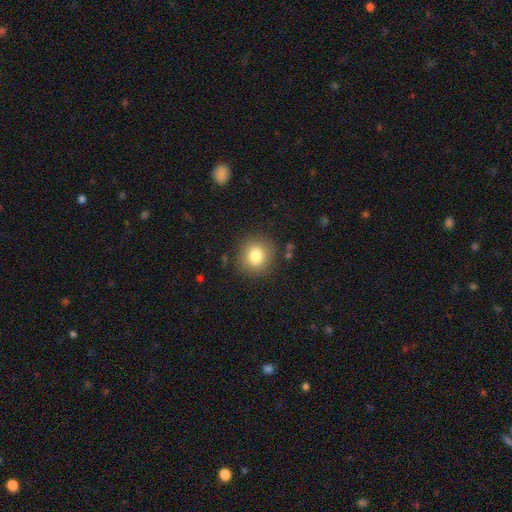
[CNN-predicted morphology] A smooth galaxy with no disk features (81%) that is round (86%).

Vote fractions:
- Smooth or featured? smooth: 81% / star or artifact: 11% / featured or disk: 8%
- How rounded? round: 86% / in between: 13% / cigar-shaped: 1%
- Merging? none: 86% / minor disturbance: 9% / major disturbance: 3% / merger: 2%